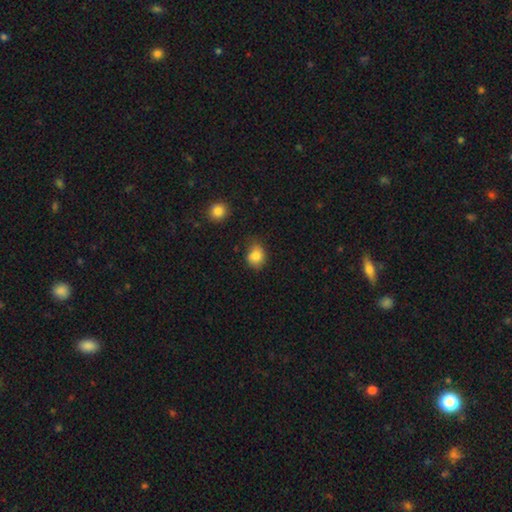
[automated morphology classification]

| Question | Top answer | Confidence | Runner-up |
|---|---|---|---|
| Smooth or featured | smooth | 84% | star or artifact (10%) |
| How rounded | round | 61% | in between (38%) |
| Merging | none | 64% | minor disturbance (27%) |